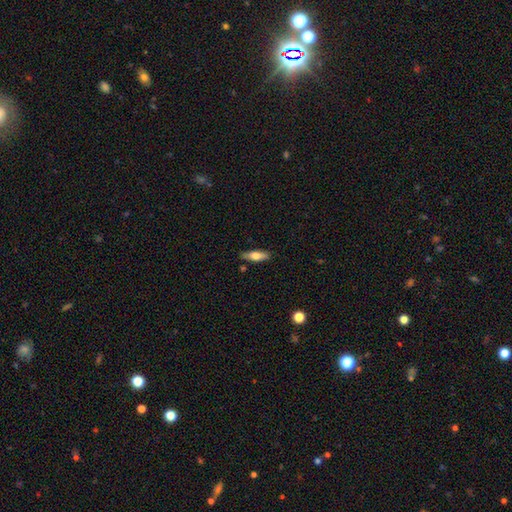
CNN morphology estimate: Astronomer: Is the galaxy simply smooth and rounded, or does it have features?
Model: smooth — 66%.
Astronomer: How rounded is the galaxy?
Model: in between — 49%, tied with cigar-shaped at 49%.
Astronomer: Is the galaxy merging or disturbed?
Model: none — 82%.